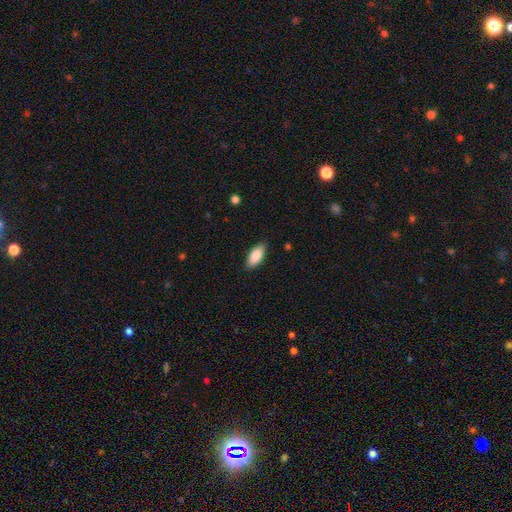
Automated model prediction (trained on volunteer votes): Q: Smooth or featured?
A: smooth (85%); runner-up: featured or disk (8%)
Q: How rounded?
A: in between (88%); runner-up: cigar-shaped (10%)
Q: Merging?
A: none (87%); runner-up: minor disturbance (10%)